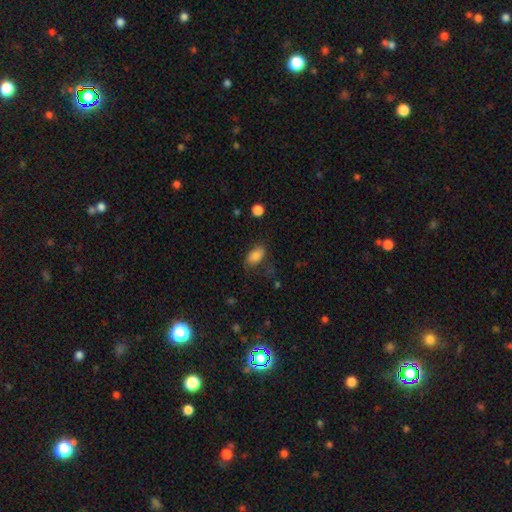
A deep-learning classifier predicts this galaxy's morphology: A smooth galaxy with no disk features (84%) that is in between round and cigar-shaped (91%). Merging: none (70%).